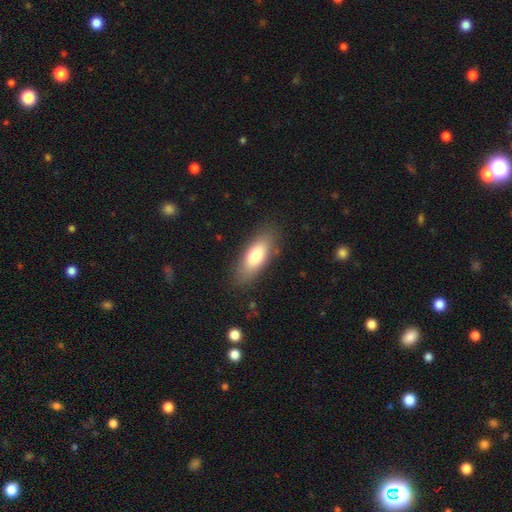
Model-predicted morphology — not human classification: Overall: smooth (75%). How rounded: in between (74%). Merging: none (84%).